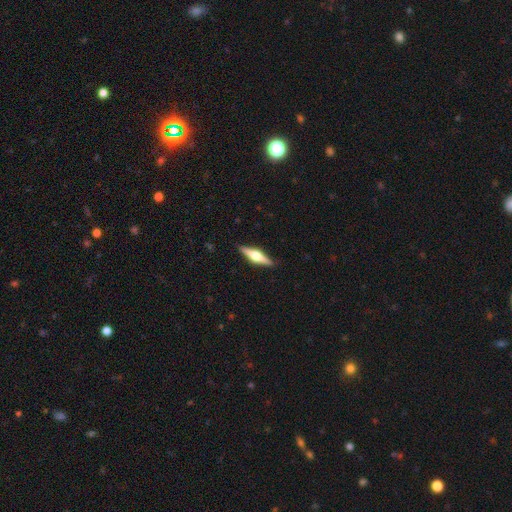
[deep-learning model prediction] featured or disk 71%, smooth 24%, star or artifact 5%. Down the decision tree: edge-on disk — yes (97%); edge-on bulge — rounded (93%); merging — none (90%).